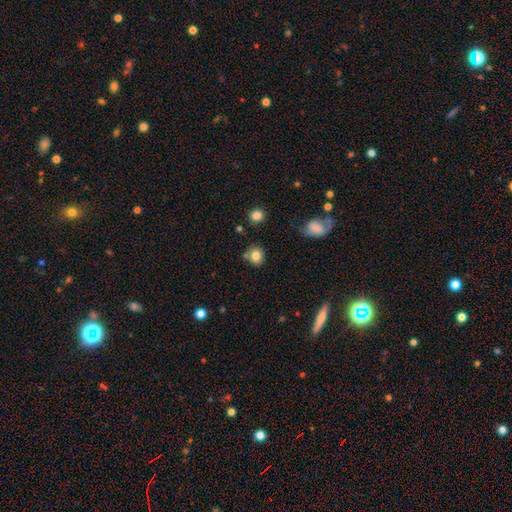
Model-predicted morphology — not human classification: This is clearly a smooth galaxy (82%). How rounded: likely round (75%). Merging: likely none (75%).